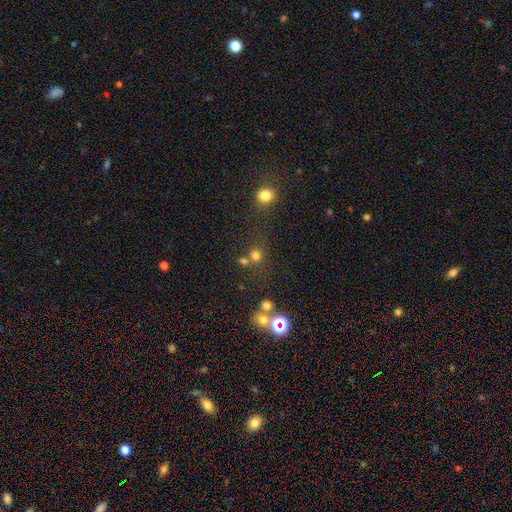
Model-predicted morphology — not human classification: type=smooth (71%); roundness=round (86%); merging=none (62%).